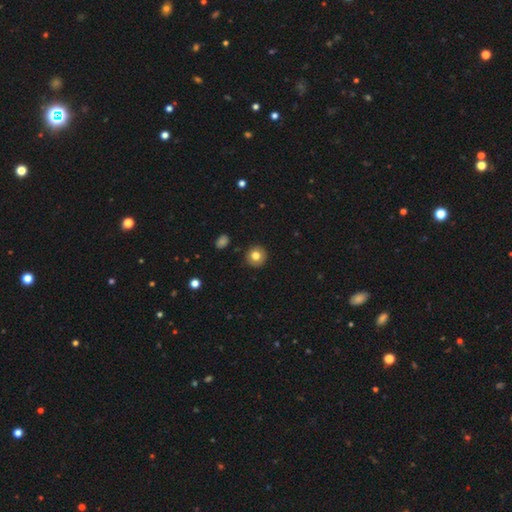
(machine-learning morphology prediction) type=smooth (79%); roundness=round (93%); merging=none (91%).